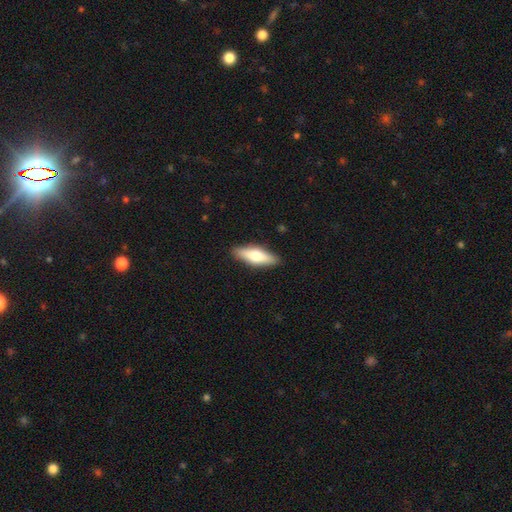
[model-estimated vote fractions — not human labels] smooth 62%, featured or disk 33%, star or artifact 6%. Down the decision tree: how rounded — in between (51%); merging — none (89%).